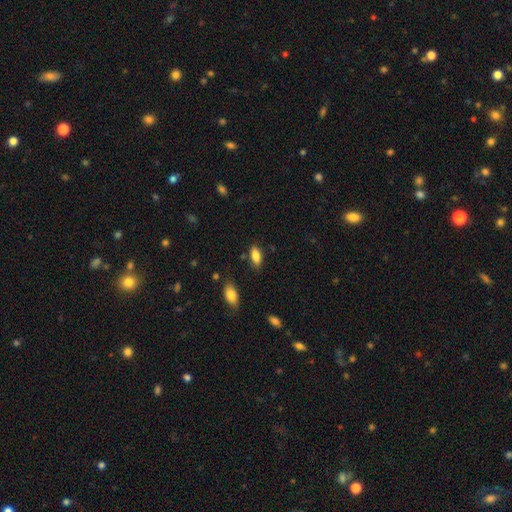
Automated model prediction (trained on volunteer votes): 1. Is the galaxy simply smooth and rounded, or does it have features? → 83% smooth, 10% featured or disk, 8% star or artifact.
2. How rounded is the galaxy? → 86% in between, 12% cigar-shaped, 3% round.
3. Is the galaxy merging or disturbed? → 80% none, 14% minor disturbance, 3% major disturbance, 3% merger.